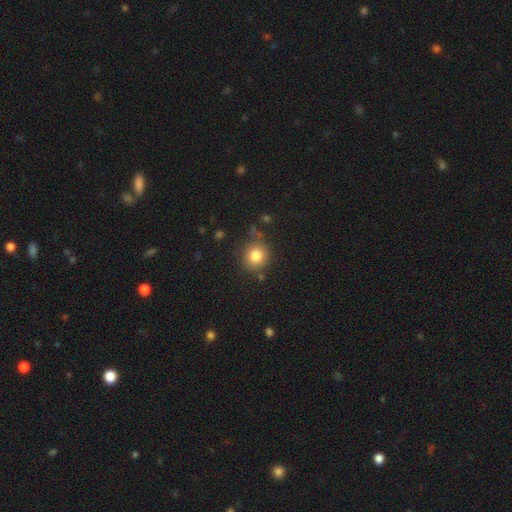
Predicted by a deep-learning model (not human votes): Smooth or featured?
  - smooth: 82% *
  - star or artifact: 11%
  - featured or disk: 7%
How rounded?
  - round: 88% *
  - in between: 11%
  - cigar-shaped: 1%
Merging?
  - none: 81% *
  - minor disturbance: 11%
  - merger: 5%
  - major disturbance: 4%